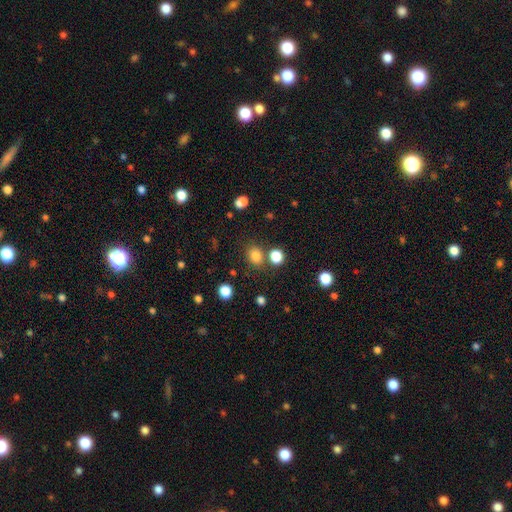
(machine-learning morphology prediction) Smooth or featured: smooth — 80% (star or artifact — 15%)
How rounded: round — 71% (in between — 28%)
Merging: none — 75% (merger — 11%)